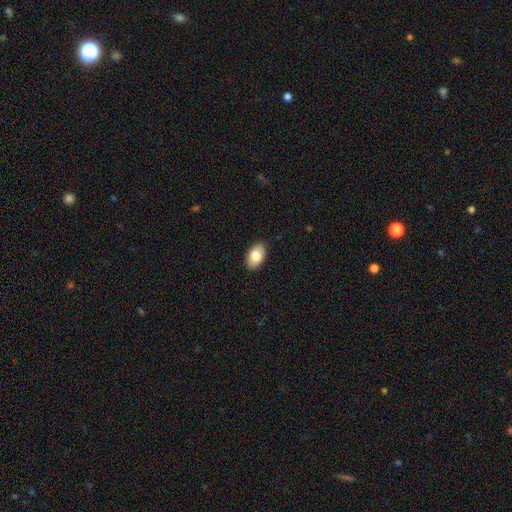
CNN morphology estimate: smooth_or_featured: smooth (p=0.82) [alt: featured or disk p=0.11]
how_rounded: in between (p=0.92) [alt: round p=0.07]
merging: none (p=0.89) [alt: minor disturbance p=0.08]